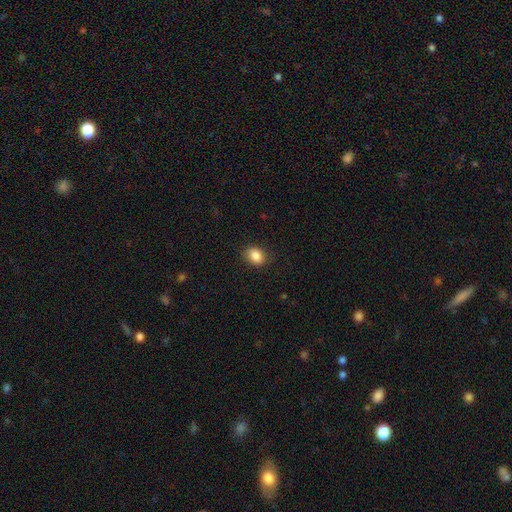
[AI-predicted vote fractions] smooth_or_featured: smooth (p=0.87) [alt: star or artifact p=0.09]
how_rounded: in between (p=0.55) [alt: round p=0.44]
merging: none (p=0.86) [alt: minor disturbance p=0.10]